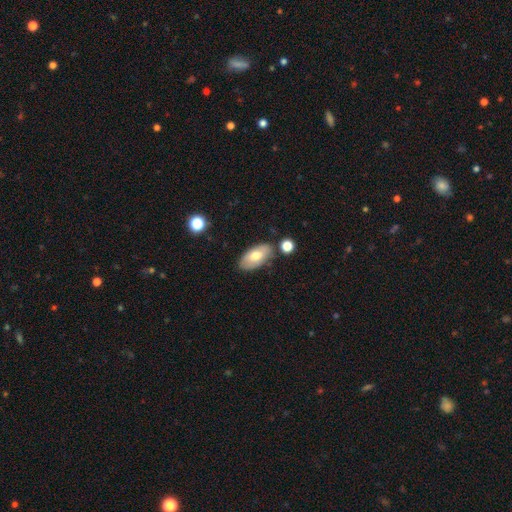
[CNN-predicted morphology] Smooth or featured: smooth — 69% (featured or disk — 25%)
How rounded: in between — 93% (cigar-shaped — 4%)
Merging: none — 76% (minor disturbance — 15%)